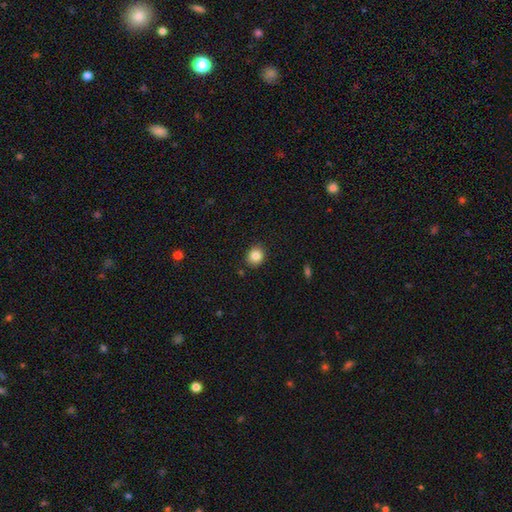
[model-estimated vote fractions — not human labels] Q: Smooth or featured?
A: smooth (84%); runner-up: star or artifact (10%)
Q: How rounded?
A: round (73%); runner-up: in between (26%)
Q: Merging?
A: none (87%); runner-up: minor disturbance (9%)